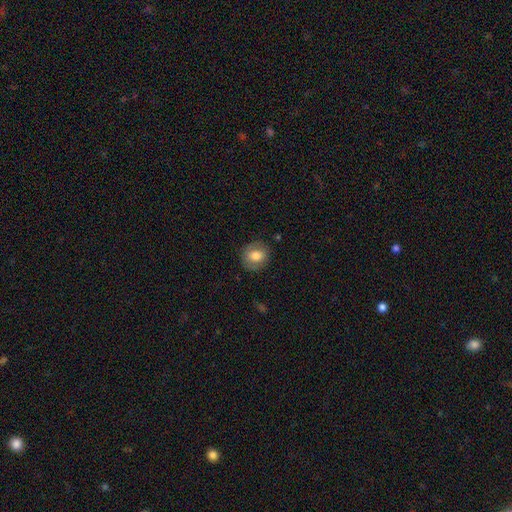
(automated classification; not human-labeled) This is likely a smooth galaxy (73%). How rounded: likely round (74%). Merging: clearly none (82%).